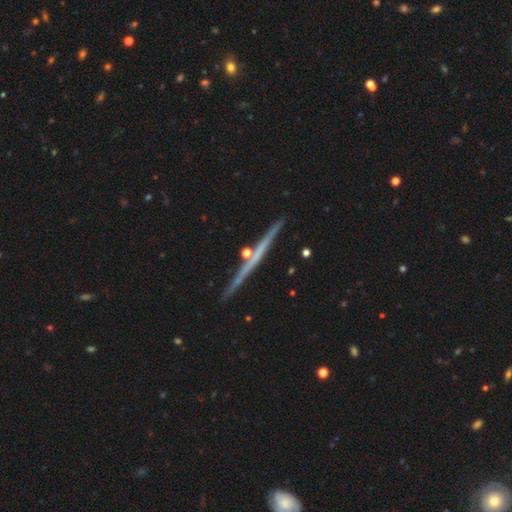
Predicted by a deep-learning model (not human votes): smooth_or_featured: featured or disk (p=0.74) [alt: smooth p=0.20]
disk_edge_on: yes (p=0.98) [alt: no p=0.02]
edge_on_bulge: none (p=0.65) [alt: rounded p=0.29]
merging: none (p=0.87) [alt: minor disturbance p=0.07]